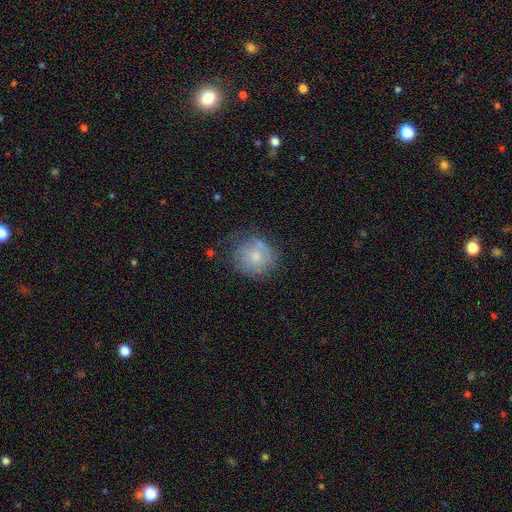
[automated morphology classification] Smooth or featured? Predicted: smooth (p=0.56). How rounded? Predicted: round (p=0.84). Merging? Predicted: none (p=0.59).